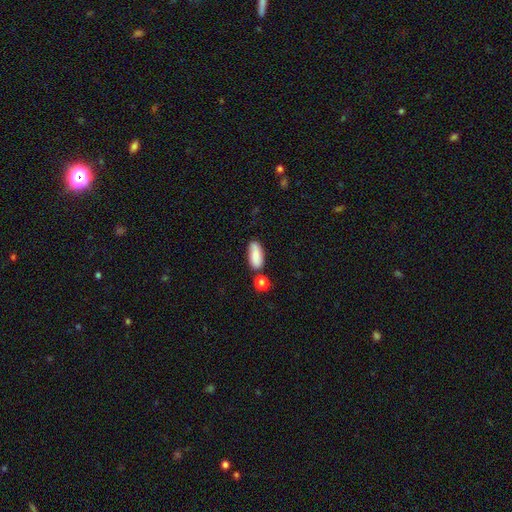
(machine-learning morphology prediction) smooth_or_featured: smooth (p=0.82) [alt: featured or disk p=0.11]
how_rounded: in between (p=0.80) [alt: cigar-shaped p=0.16]
merging: none (p=0.67) [alt: minor disturbance p=0.17]